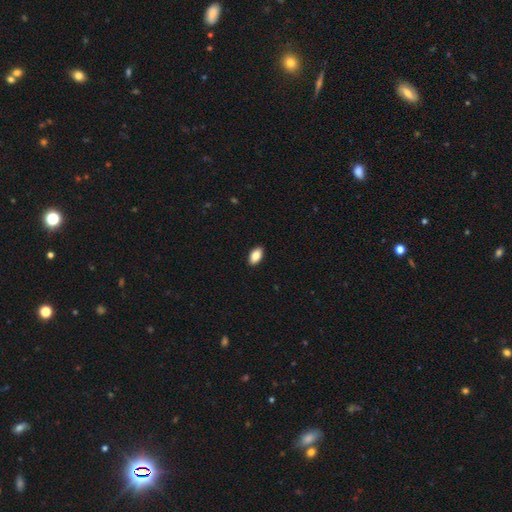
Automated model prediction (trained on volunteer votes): Smooth or featured: smooth — 85% (featured or disk — 8%)
How rounded: in between — 93% (round — 4%)
Merging: none — 90% (minor disturbance — 7%)